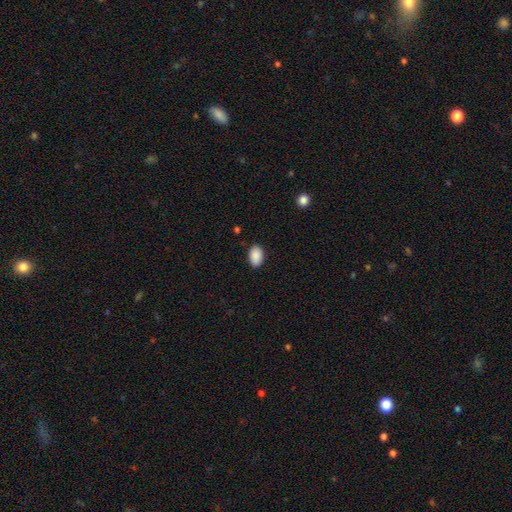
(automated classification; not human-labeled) Overall: smooth (90%). How rounded: in between (89%). Merging: none (87%).